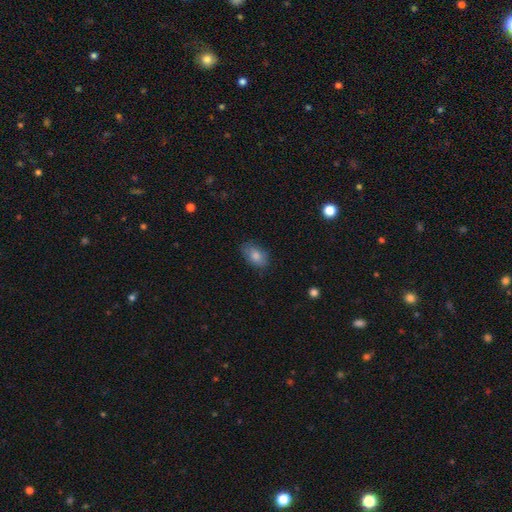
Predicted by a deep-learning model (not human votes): smooth_or_featured: smooth (p=0.79) [alt: featured or disk p=0.11]
how_rounded: in between (p=0.89) [alt: round p=0.09]
merging: none (p=0.82) [alt: minor disturbance p=0.14]